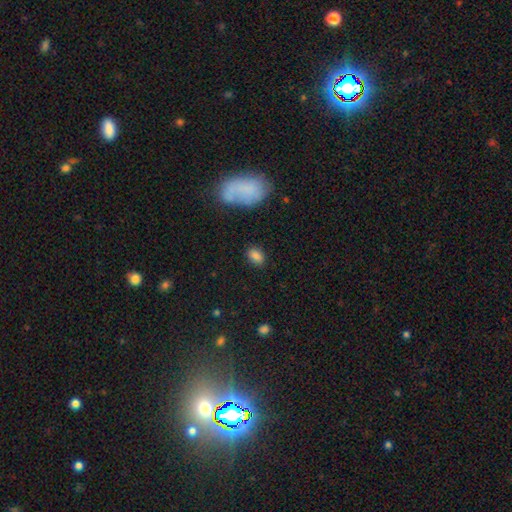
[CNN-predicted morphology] type=smooth (84%); roundness=in between (82%); merging=none (82%).